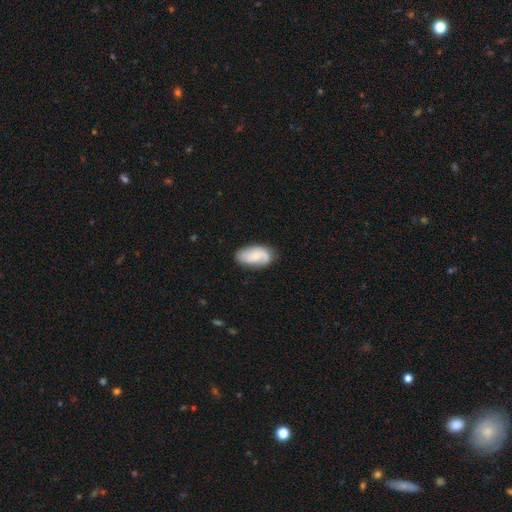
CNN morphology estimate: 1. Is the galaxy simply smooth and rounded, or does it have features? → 50% smooth, 43% featured or disk, 7% star or artifact.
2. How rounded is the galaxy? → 93% in between, 4% round, 3% cigar-shaped.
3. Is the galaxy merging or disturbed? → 69% none, 22% minor disturbance, 7% major disturbance, 2% merger.